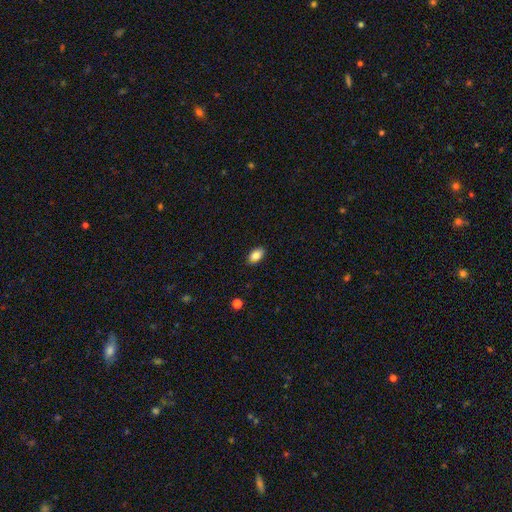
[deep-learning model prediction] The model was most divided on "smooth or featured": smooth: 85%, star or artifact: 8%, featured or disk: 7%. More confident: how rounded — in between (91%); merging — none (88%).